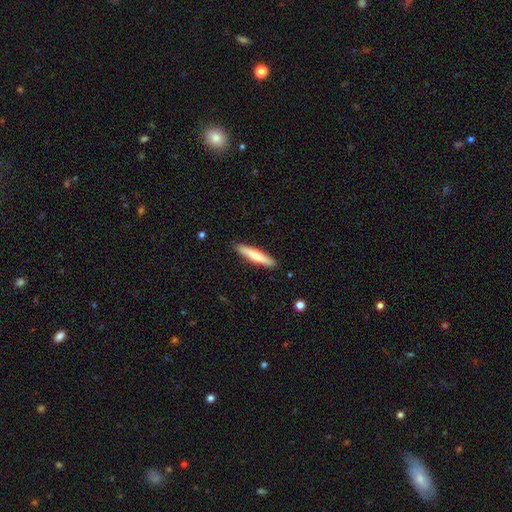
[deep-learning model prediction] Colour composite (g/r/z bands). It shows a smooth galaxy with no disk features (65%) that is cigar-shaped (90%). Merging: none (89%).